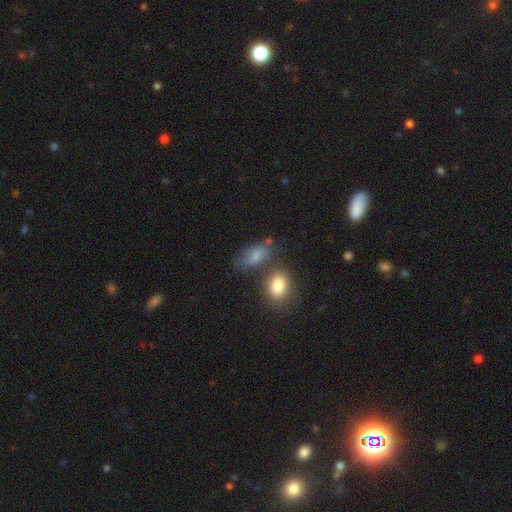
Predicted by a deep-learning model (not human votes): Morphology: type=smooth (76%); roundness=in between (86%); merging=none (51%).